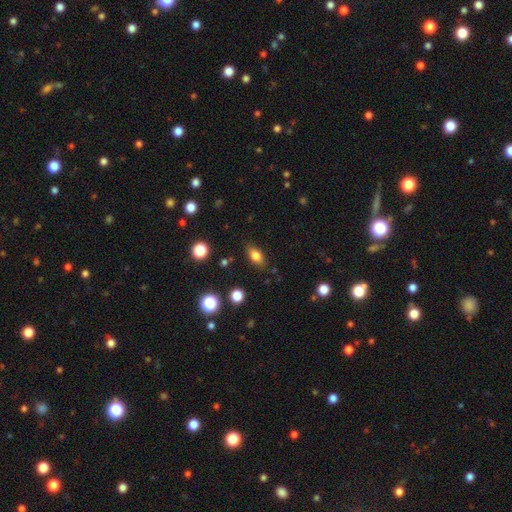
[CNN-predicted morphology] Smooth or featured? smooth (80%)
How rounded? in between (82%)
Merging? none (82%)